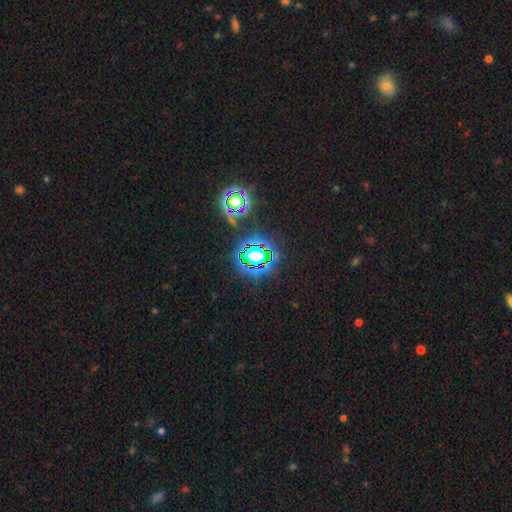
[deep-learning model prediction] Smooth or featured? Predicted: star or artifact (p=0.74).